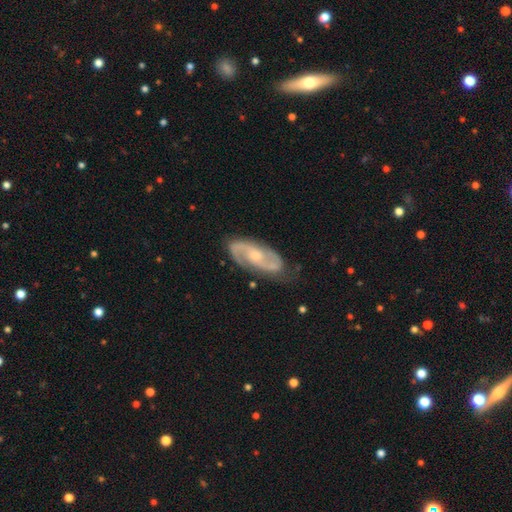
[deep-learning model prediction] smooth_or_featured: featured or disk (p=0.88) [alt: smooth p=0.07]
disk_edge_on: no (p=0.95) [alt: yes p=0.05]
bar: no (p=0.54) [alt: weak p=0.37]
has_spiral_arms: yes (p=0.97) [alt: no p=0.03]
spiral_winding: medium (p=0.53) [alt: tight p=0.31]
spiral_arm_count: 2 (p=0.91) [alt: can't tell p=0.04]
bulge_size: moderate (p=0.48) [alt: small p=0.46]
merging: none (p=0.79) [alt: minor disturbance p=0.16]